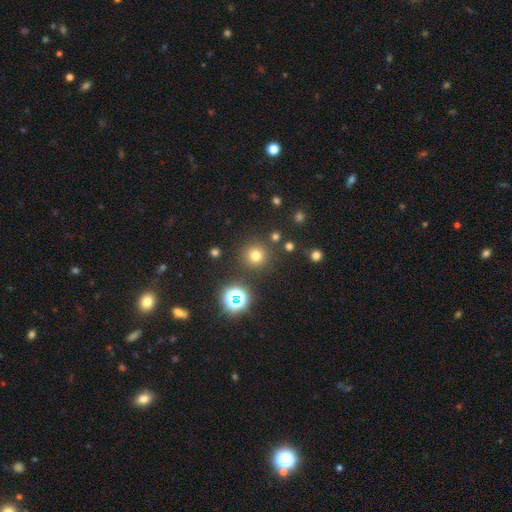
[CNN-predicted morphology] This appears to be a smooth galaxy with no disk features (71%) that is round (95%). Merging: none (87%).